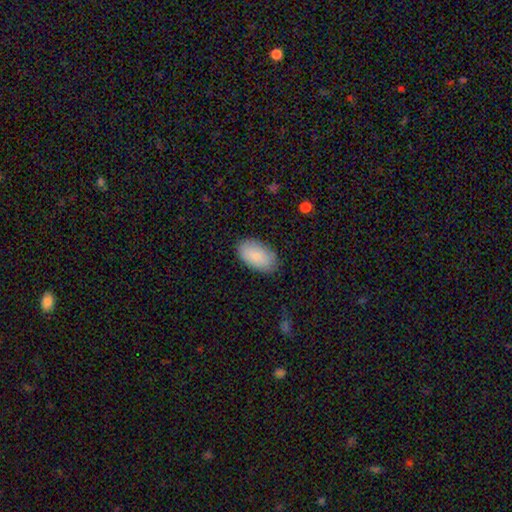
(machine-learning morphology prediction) This appears to be a smooth galaxy with no disk features (87%) that is in between round and cigar-shaped (95%). Merging: none (83%).